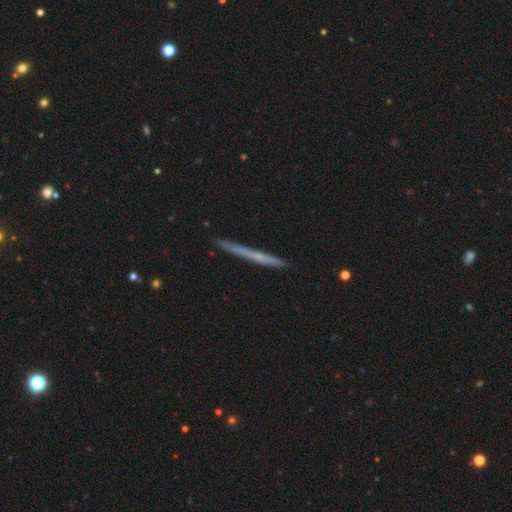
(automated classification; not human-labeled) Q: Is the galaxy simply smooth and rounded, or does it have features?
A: featured or disk — 51%.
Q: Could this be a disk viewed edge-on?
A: yes — 96%.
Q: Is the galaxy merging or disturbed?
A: none — 88%.